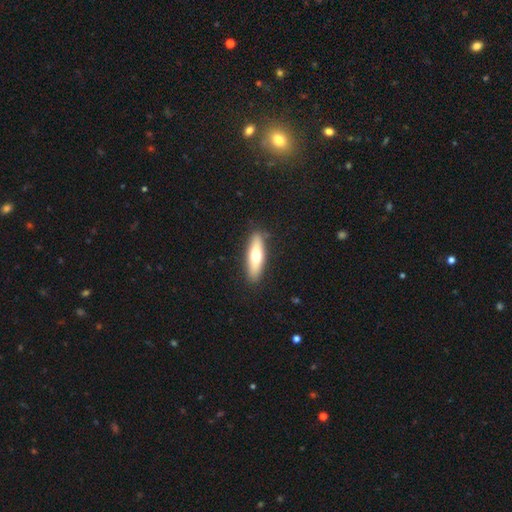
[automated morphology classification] A smooth galaxy with no disk features (58%) that is cigar-shaped (64%).

Vote fractions:
- Smooth or featured? smooth: 58% / featured or disk: 36% / star or artifact: 6%
- How rounded? cigar-shaped: 64% / in between: 34% / round: 2%
- Merging? none: 88% / minor disturbance: 9% / major disturbance: 2% / merger: 1%